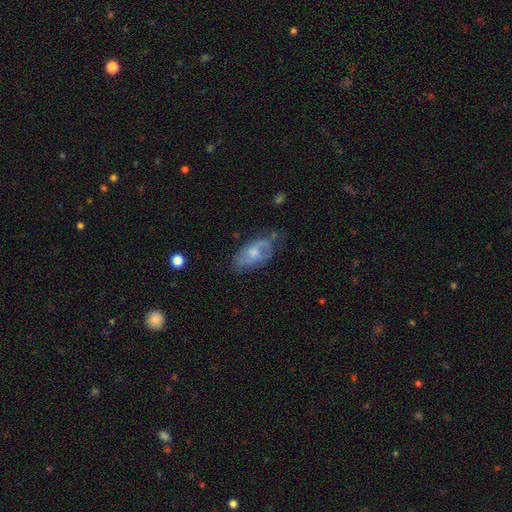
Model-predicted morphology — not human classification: A featured or disk galaxy (57%) with no bar (72%), spiral arms (70%) and a moderate central bulge (55%).

Vote fractions:
- Smooth or featured? featured or disk: 57% / smooth: 29% / star or artifact: 13%
- Edge-on disk? no: 88% / yes: 12%
- Bar? no: 72% / weak: 24% / strong: 4%
- Spiral arms? yes: 70% / no: 30%
- Bulge size? moderate: 55% / small: 37% / large: 4% / none: 3% / dominant: 1%
- Merging? none: 64% / minor disturbance: 25% / major disturbance: 9% / merger: 2%